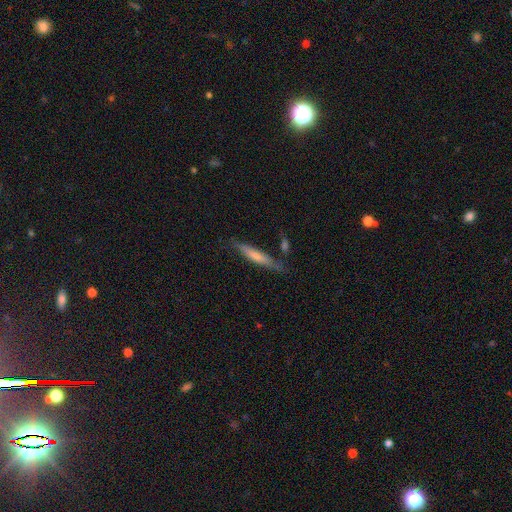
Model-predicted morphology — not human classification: A smooth galaxy with no disk features (49%).

Vote fractions:
- Smooth or featured? smooth: 49% / featured or disk: 44% / star or artifact: 6%
- Merging? none: 74% / minor disturbance: 17% / merger: 5% / major disturbance: 4%